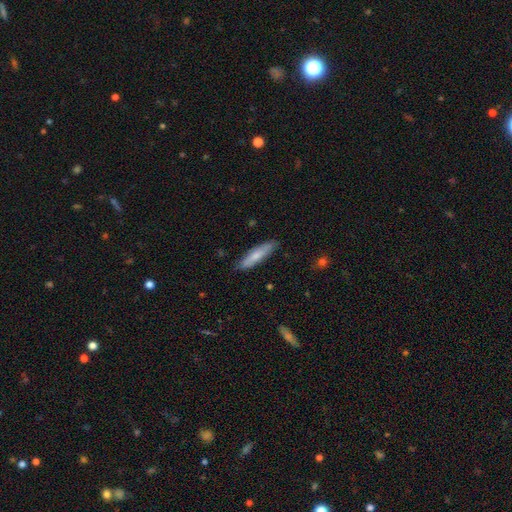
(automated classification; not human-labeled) This is likely a smooth galaxy (69%). How rounded: likely cigar-shaped (77%). Merging: clearly none (85%).